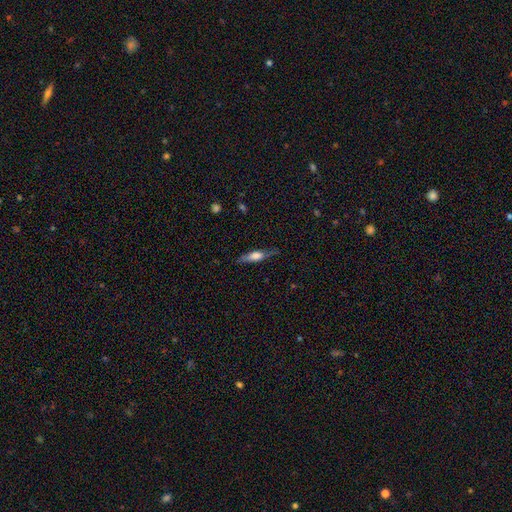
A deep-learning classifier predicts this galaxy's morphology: Smooth or featured: smooth — 47% (featured or disk — 46%)
Merging: none — 74% (minor disturbance — 19%)